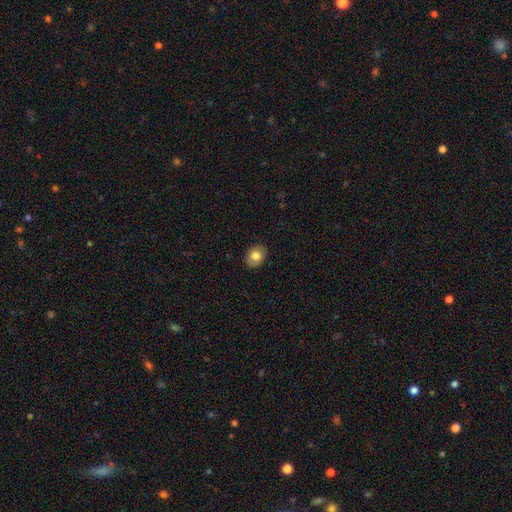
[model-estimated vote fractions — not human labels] smooth-or-featured: smooth: 78% | featured or disk: 14% | star or artifact: 8%
  how-rounded: in between: 50% | round: 49% | cigar-shaped: 1%
  merging: none: 87% | minor disturbance: 10% | major disturbance: 2% | merger: 1%